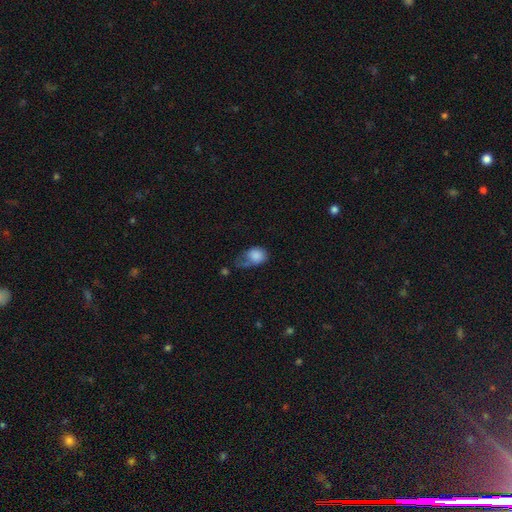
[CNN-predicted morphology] A smooth galaxy with no disk features (80%) that is in between round and cigar-shaped (62%). Merging: major disturbance (41%).